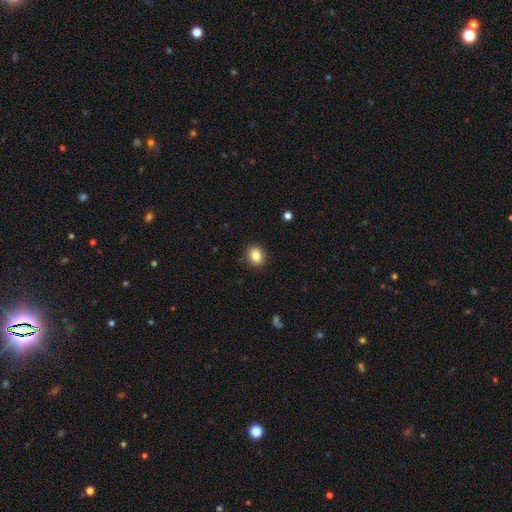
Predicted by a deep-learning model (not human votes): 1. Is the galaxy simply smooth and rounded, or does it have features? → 84% smooth, 10% star or artifact, 6% featured or disk.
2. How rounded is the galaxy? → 52% round, 47% in between, 1% cigar-shaped.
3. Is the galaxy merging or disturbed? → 90% none, 7% minor disturbance, 2% major disturbance, 1% merger.